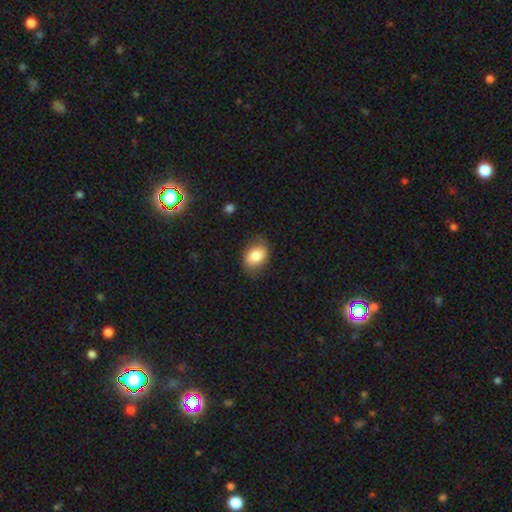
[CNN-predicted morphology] Smooth or featured? Predicted: smooth (p=0.81). How rounded? Predicted: in between (p=0.74). Merging? Predicted: none (p=0.77).